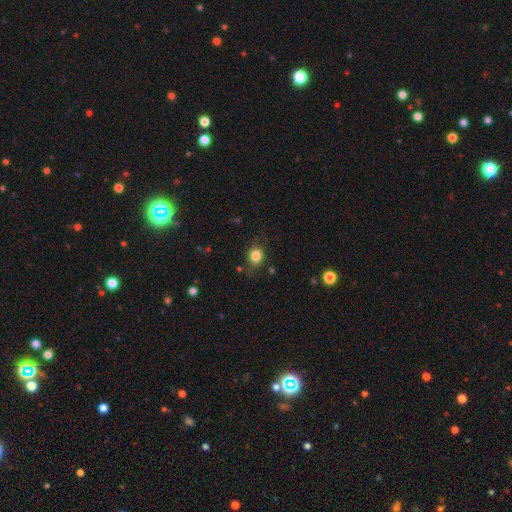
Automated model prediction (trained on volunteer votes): smooth-or-featured: smooth: 82% | star or artifact: 11% | featured or disk: 8%
  how-rounded: round: 66% | in between: 33% | cigar-shaped: 1%
  merging: none: 77% | minor disturbance: 16% | major disturbance: 5% | merger: 2%